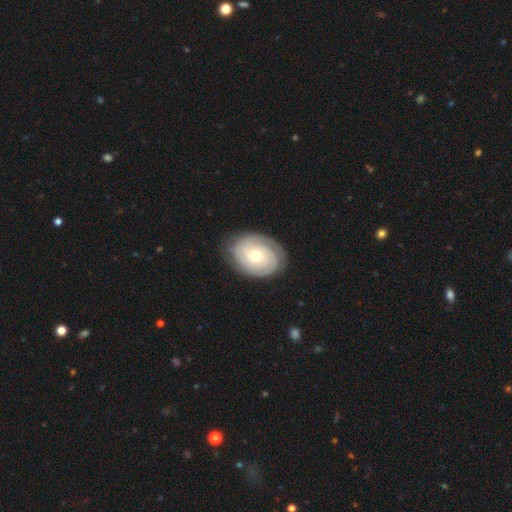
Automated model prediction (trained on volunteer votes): Smooth or featured? Predicted: featured or disk (p=0.81). Edge-on disk? Predicted: no (p=0.97). Bar? Predicted: no (p=0.72). Spiral arms? Predicted: yes (p=0.96). Spiral winding? Predicted: tight (p=0.81). Spiral arm count? Predicted: 2 (p=0.41). Bulge size? Predicted: moderate (p=0.50). Merging? Predicted: none (p=0.83).